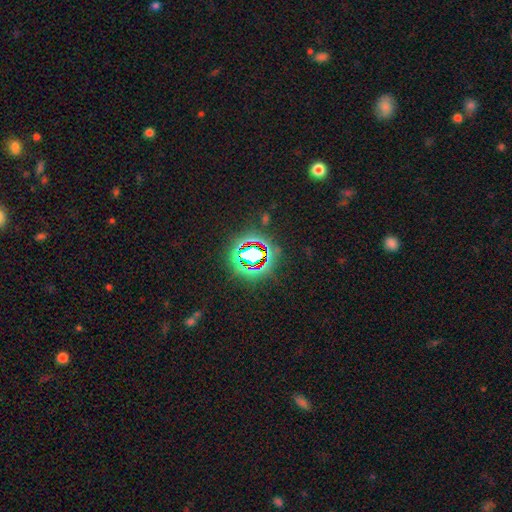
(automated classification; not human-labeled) Smooth or featured? Predicted: star or artifact (p=0.82).